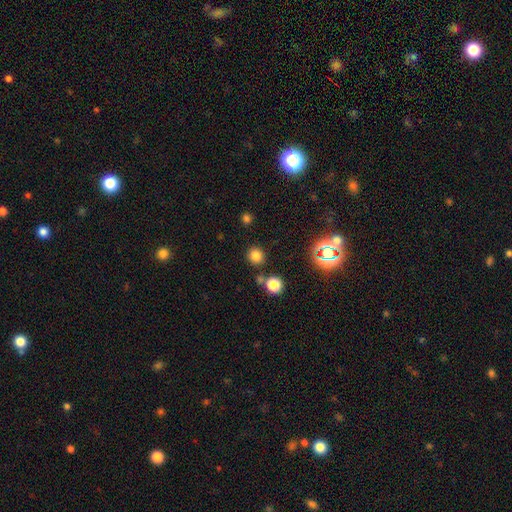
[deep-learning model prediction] Smooth or featured?
  - smooth: 76% *
  - star or artifact: 18%
  - featured or disk: 5%
How rounded?
  - round: 89% *
  - in between: 10%
  - cigar-shaped: 1%
Merging?
  - none: 81% *
  - merger: 8%
  - minor disturbance: 8%
  - major disturbance: 3%